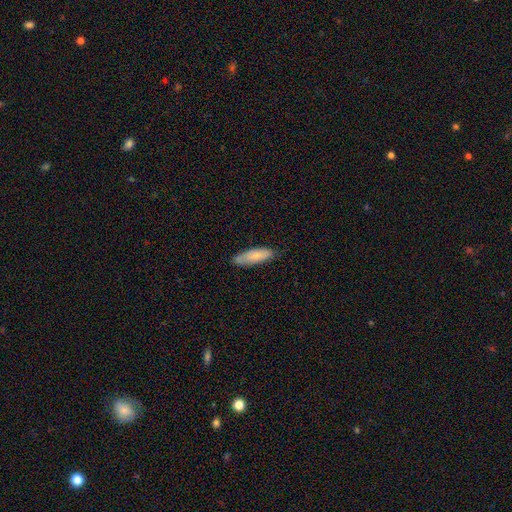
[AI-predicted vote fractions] Overall: smooth (77%). How rounded: in between (52%; cigar-shaped 46%). Merging: none (79%).